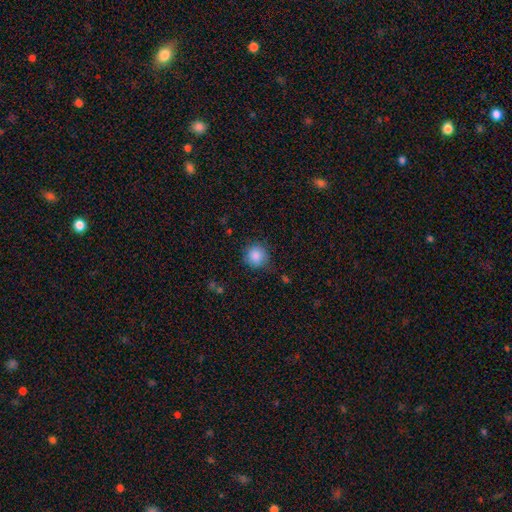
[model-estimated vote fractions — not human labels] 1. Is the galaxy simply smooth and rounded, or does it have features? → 87% smooth, 9% star or artifact, 5% featured or disk.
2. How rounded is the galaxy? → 92% round, 7% in between, 1% cigar-shaped.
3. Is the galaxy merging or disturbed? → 78% none, 16% minor disturbance, 4% major disturbance, 1% merger.